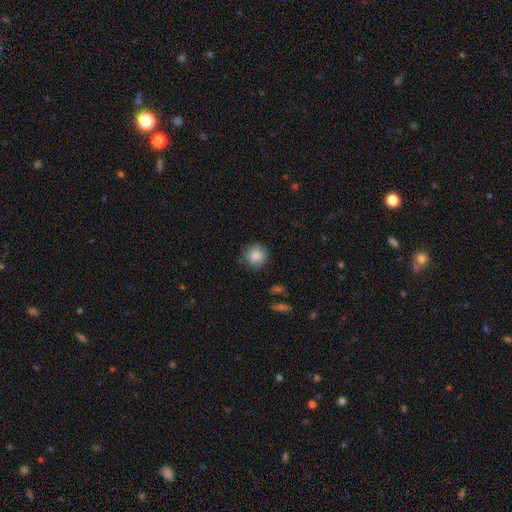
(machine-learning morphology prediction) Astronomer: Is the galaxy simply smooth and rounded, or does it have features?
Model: smooth — 87%.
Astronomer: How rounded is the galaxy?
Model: round — 91%.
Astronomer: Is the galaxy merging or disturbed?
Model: none — 82%.